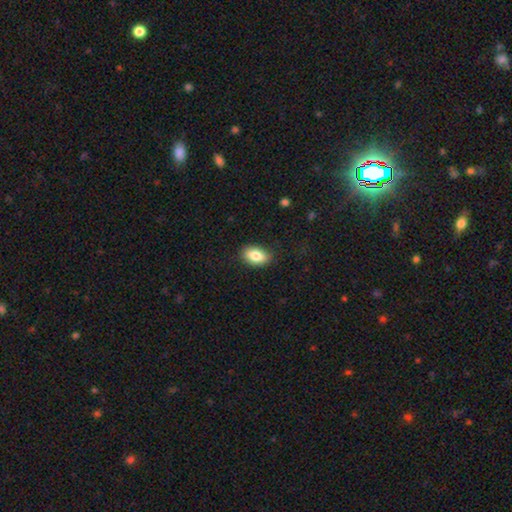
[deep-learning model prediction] smooth_or_featured: smooth (p=0.82) [alt: featured or disk p=0.11]
how_rounded: in between (p=0.89) [alt: round p=0.08]
merging: none (p=0.85) [alt: minor disturbance p=0.11]